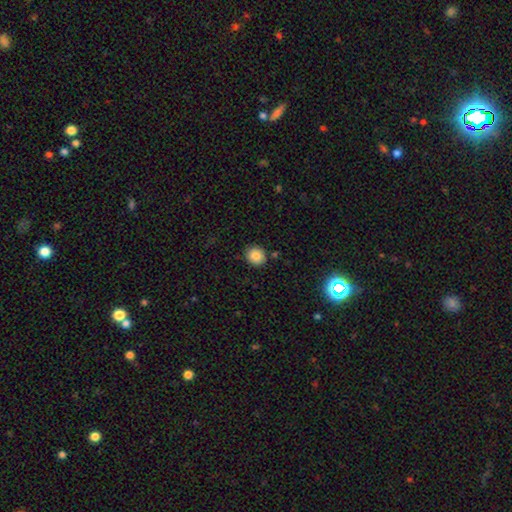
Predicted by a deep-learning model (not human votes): This appears to be a smooth galaxy with no disk features (84%) that is round (83%). Merging: none (88%).